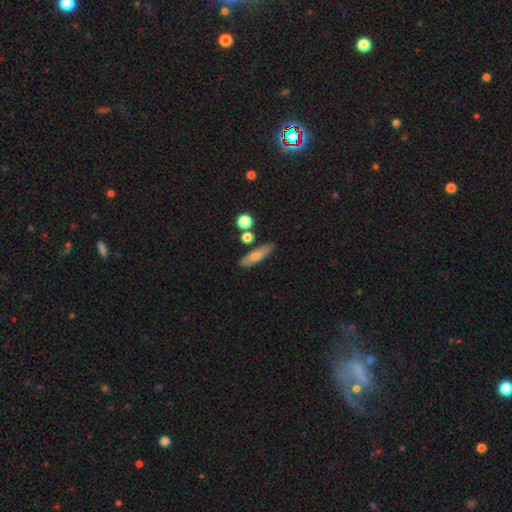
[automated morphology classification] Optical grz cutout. It shows a smooth galaxy with no disk features (71%) that is cigar-shaped (61%). Merging: none (78%).